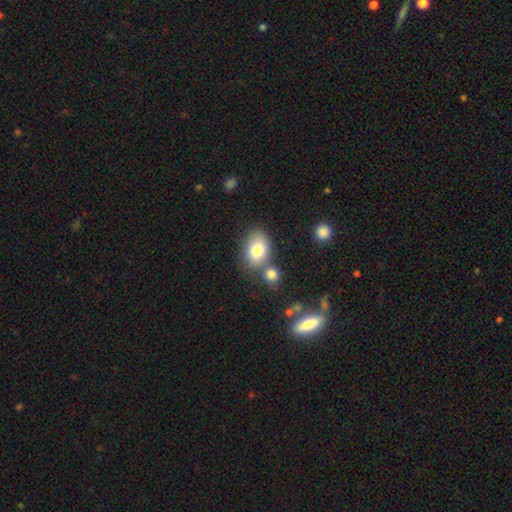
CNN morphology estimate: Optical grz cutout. It shows a smooth galaxy with no disk features (74%) that is in between round and cigar-shaped (72%). Merging: none (65%).